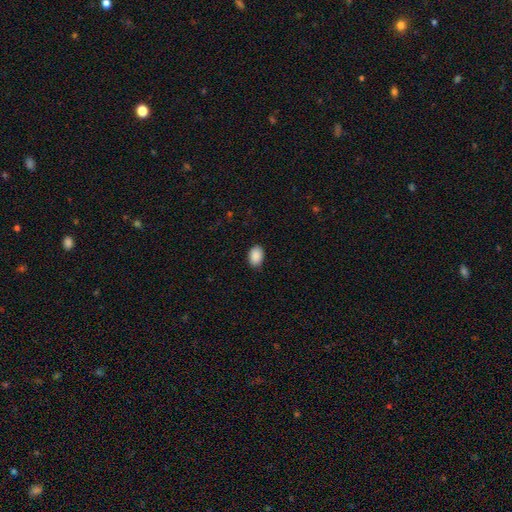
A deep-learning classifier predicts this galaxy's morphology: type=smooth (90%); roundness=in between (84%); merging=none (85%).